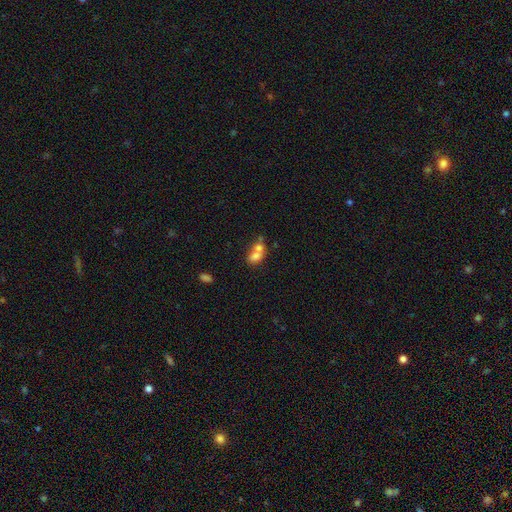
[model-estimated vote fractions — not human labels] A smooth galaxy with no disk features (70%) that is in between round and cigar-shaped (62%). Merging: merger (67%).